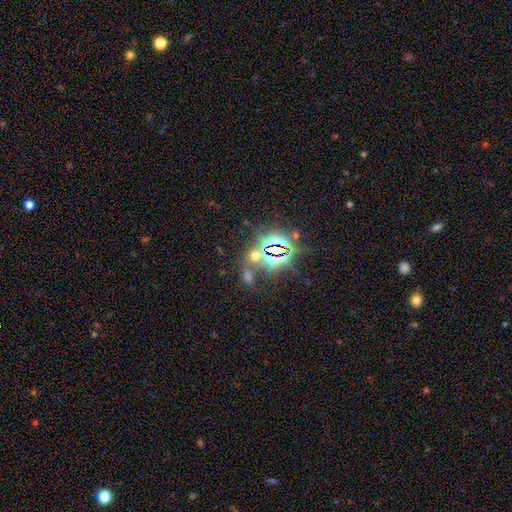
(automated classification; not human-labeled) Smooth or featured: star or artifact — 59% (smooth — 32%)